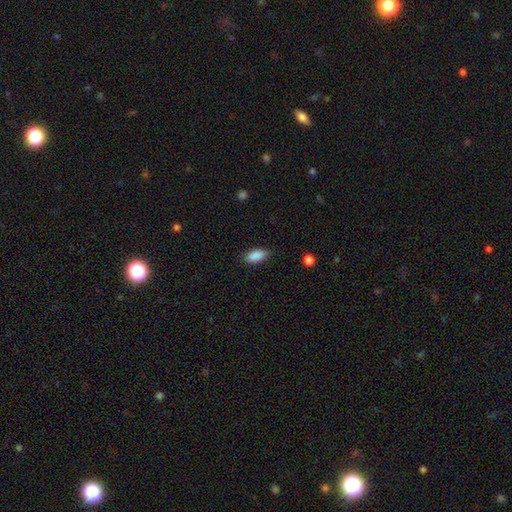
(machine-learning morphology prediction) smooth 89%, star or artifact 7%, featured or disk 4%. Down the decision tree: how rounded — in between (90%); merging — none (85%).